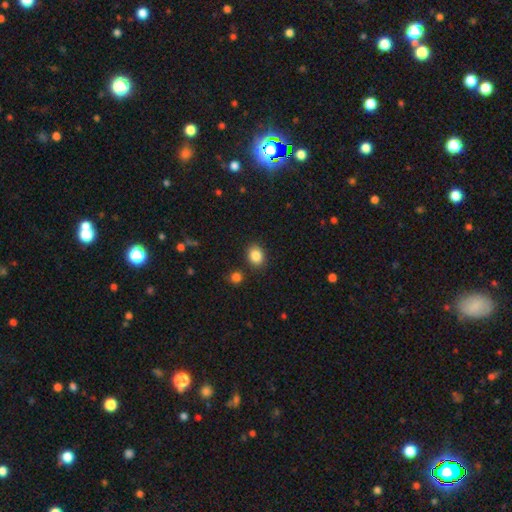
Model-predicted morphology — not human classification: Smooth or featured? smooth (86%)
How rounded? round (54%)
Merging? none (85%)